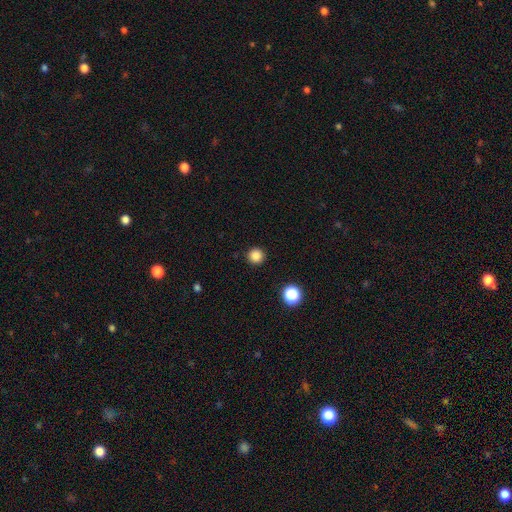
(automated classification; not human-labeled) Q: Smooth or featured?
A: smooth (85%); runner-up: star or artifact (12%)
Q: How rounded?
A: round (96%); runner-up: in between (3%)
Q: Merging?
A: none (93%); runner-up: minor disturbance (4%)